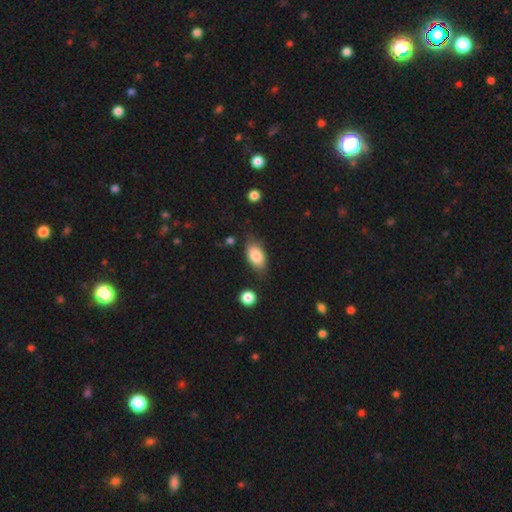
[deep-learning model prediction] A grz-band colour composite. It shows a smooth galaxy with no disk features (83%) that is in between round and cigar-shaped (91%). Merging: none (72%).